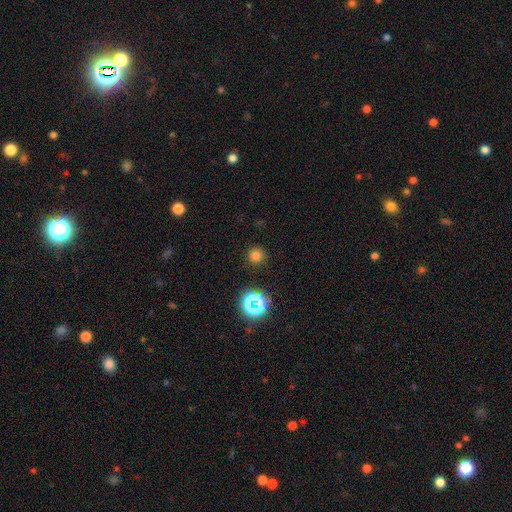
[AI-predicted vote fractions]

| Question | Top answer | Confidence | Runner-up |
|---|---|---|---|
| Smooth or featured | smooth | 74% | star or artifact (21%) |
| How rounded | round | 94% | in between (5%) |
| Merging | none | 88% | minor disturbance (7%) |